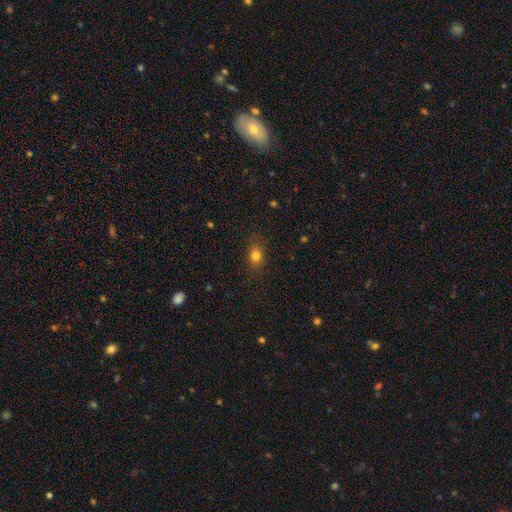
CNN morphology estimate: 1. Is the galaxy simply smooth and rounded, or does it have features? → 79% smooth, 13% star or artifact, 8% featured or disk.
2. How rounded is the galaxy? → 59% in between, 39% round, 2% cigar-shaped.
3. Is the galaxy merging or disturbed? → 83% none, 12% minor disturbance, 4% major disturbance, 1% merger.